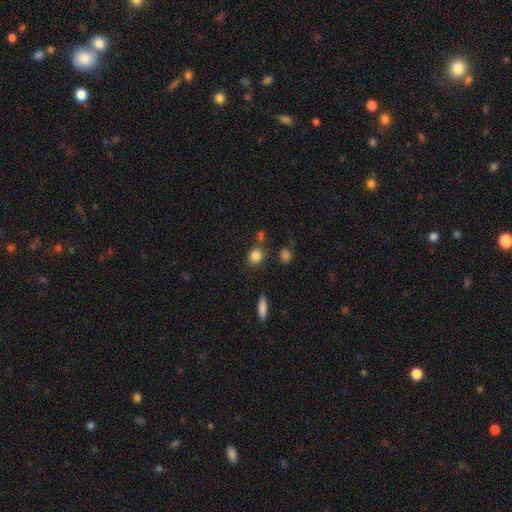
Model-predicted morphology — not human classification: This appears to be a smooth galaxy with no disk features (84%) that is round (68%). Merging: none (77%).